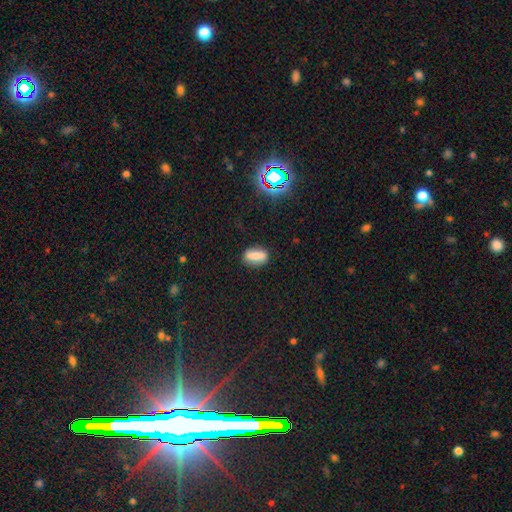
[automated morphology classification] Smooth or featured: smooth — 74% (featured or disk — 15%)
How rounded: in between — 69% (cigar-shaped — 24%)
Merging: none — 81% (minor disturbance — 14%)